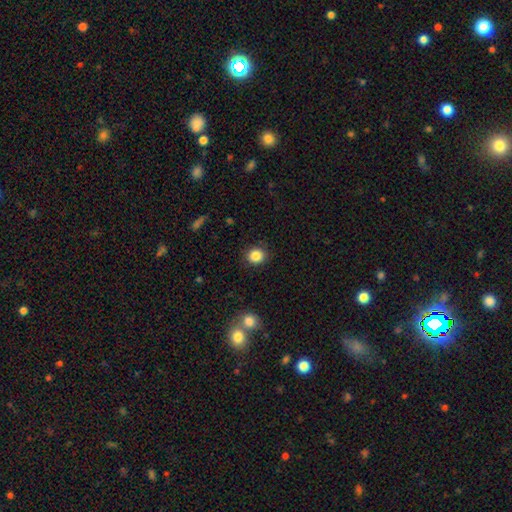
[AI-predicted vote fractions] Morphology: type=smooth (86%); roundness=round (81%); merging=none (88%).